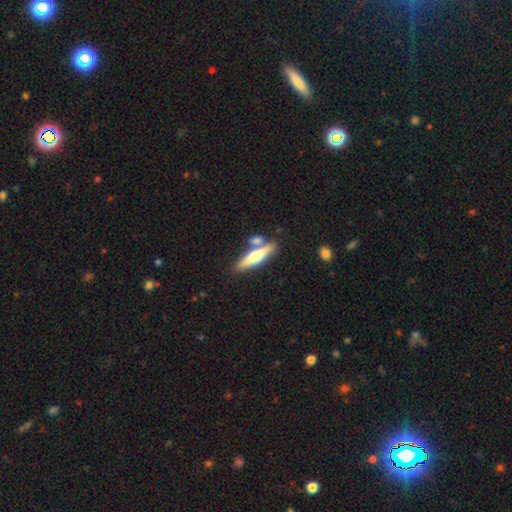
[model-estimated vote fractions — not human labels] Q: Smooth or featured?
A: featured or disk (49%); runner-up: smooth (45%)
Q: Merging?
A: none (66%); runner-up: merger (20%)